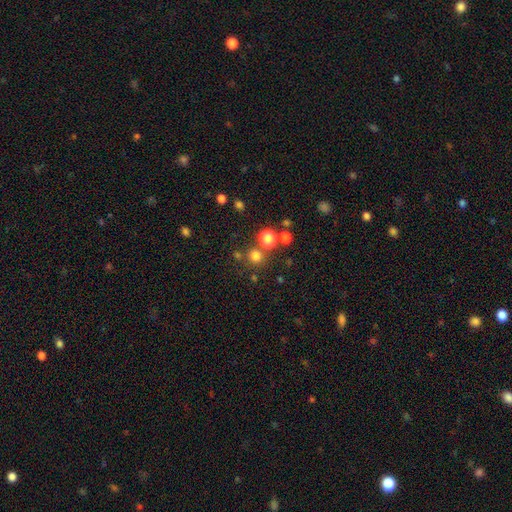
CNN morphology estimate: Smooth or featured?
  - smooth: 76% *
  - star or artifact: 19%
  - featured or disk: 5%
How rounded?
  - round: 93% *
  - in between: 6%
  - cigar-shaped: 1%
Merging?
  - none: 78% *
  - merger: 13%
  - minor disturbance: 7%
  - major disturbance: 3%